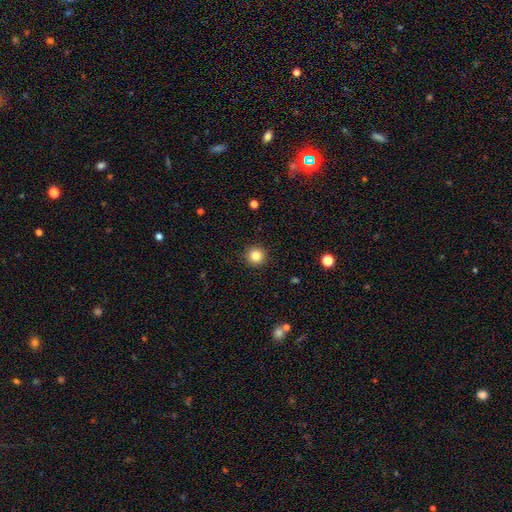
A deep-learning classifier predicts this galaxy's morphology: Smooth or featured?
  - smooth: 84% *
  - star or artifact: 11%
  - featured or disk: 5%
How rounded?
  - round: 95% *
  - in between: 4%
  - cigar-shaped: 1%
Merging?
  - none: 92% *
  - minor disturbance: 5%
  - major disturbance: 2%
  - merger: 1%